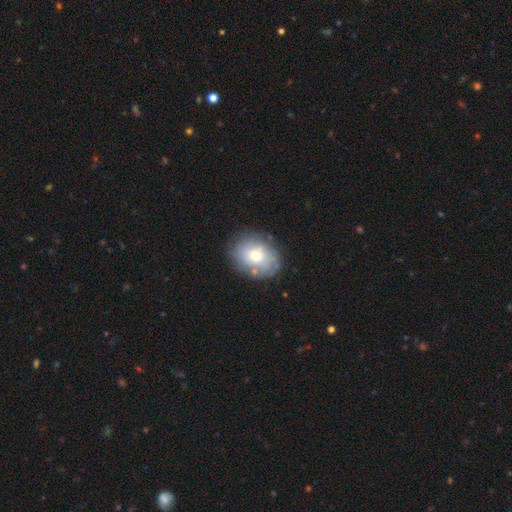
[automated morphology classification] The model was most divided on "how rounded": in between: 56%, round: 43%, cigar-shaped: 1%. More confident: merging — none (75%); smooth or featured — smooth (57%).